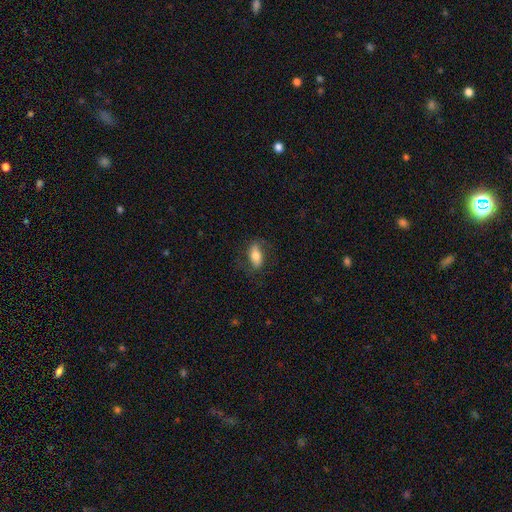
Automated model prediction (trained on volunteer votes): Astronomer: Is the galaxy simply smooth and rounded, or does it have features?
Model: smooth — 65%.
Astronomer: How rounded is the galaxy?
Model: in between — 85%.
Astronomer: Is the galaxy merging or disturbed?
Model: none — 74%.